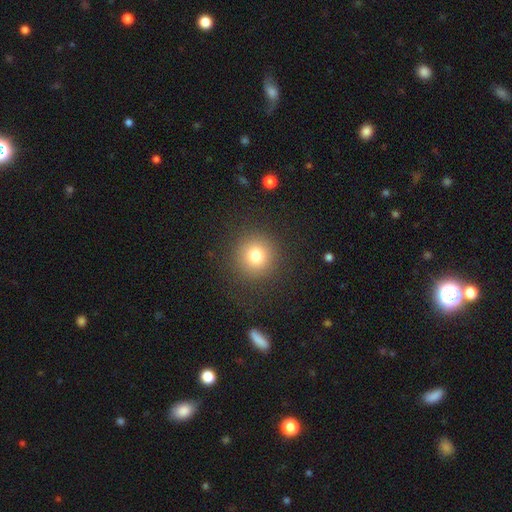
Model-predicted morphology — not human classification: Overall: smooth (77%). How rounded: round (94%). Merging: none (88%).